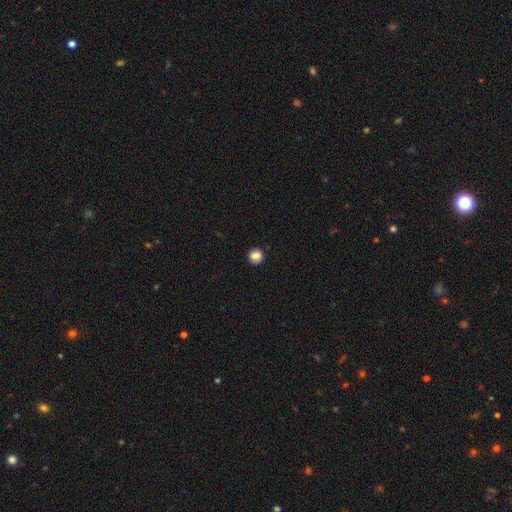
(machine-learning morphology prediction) Smooth or featured?
  - smooth: 80% *
  - star or artifact: 10%
  - featured or disk: 10%
How rounded?
  - round: 85% *
  - in between: 14%
  - cigar-shaped: 1%
Merging?
  - none: 88% *
  - minor disturbance: 8%
  - major disturbance: 2%
  - merger: 1%